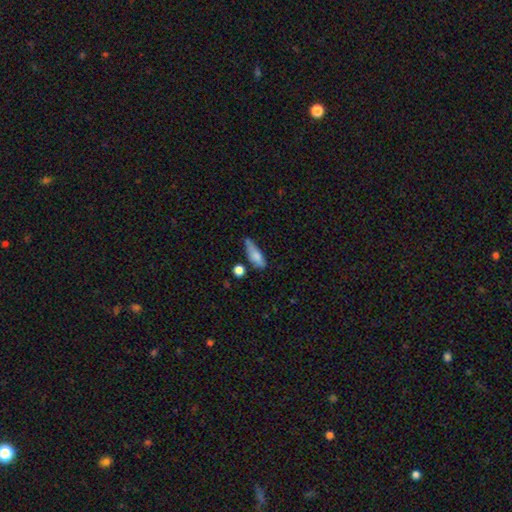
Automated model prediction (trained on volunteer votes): A smooth galaxy with no disk features (77%) that is in between round and cigar-shaped (57%).

Vote fractions:
- Smooth or featured? smooth: 77% / featured or disk: 15% / star or artifact: 8%
- How rounded? in between: 57% / cigar-shaped: 39% / round: 4%
- Merging? none: 42% / minor disturbance: 34% / major disturbance: 13% / merger: 11%